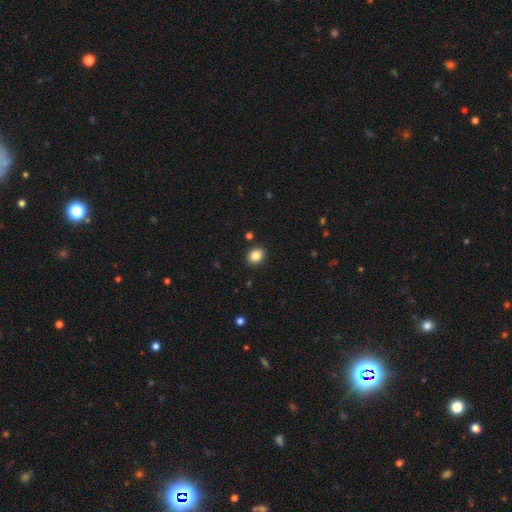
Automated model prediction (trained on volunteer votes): Smooth or featured? smooth (85%)
How rounded? round (52%)
Merging? none (90%)